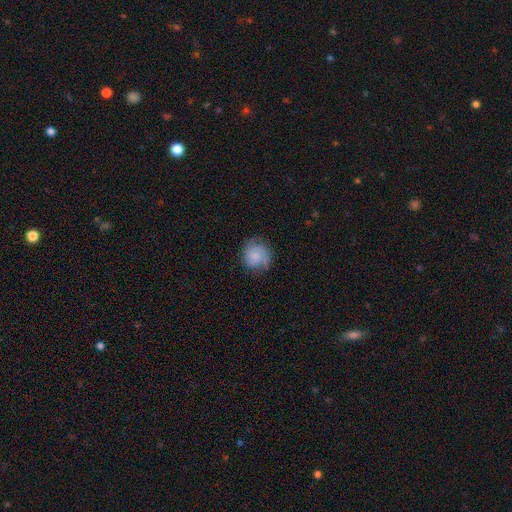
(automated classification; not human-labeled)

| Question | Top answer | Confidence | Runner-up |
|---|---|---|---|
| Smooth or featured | smooth | 68% | featured or disk (24%) |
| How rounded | round | 85% | in between (14%) |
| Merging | none | 70% | minor disturbance (21%) |